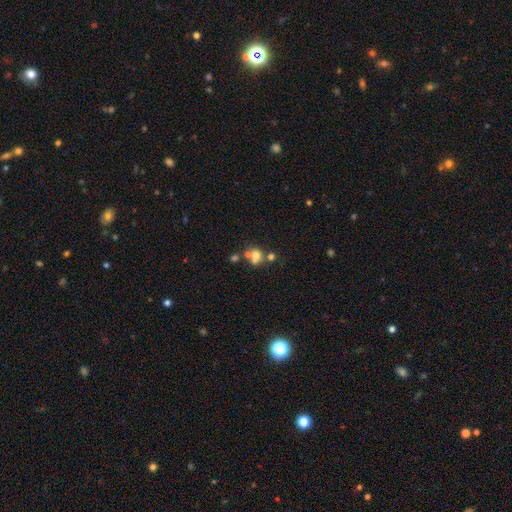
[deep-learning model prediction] A smooth galaxy with no disk features (63%) that is round (69%). Merging: merger (47%).